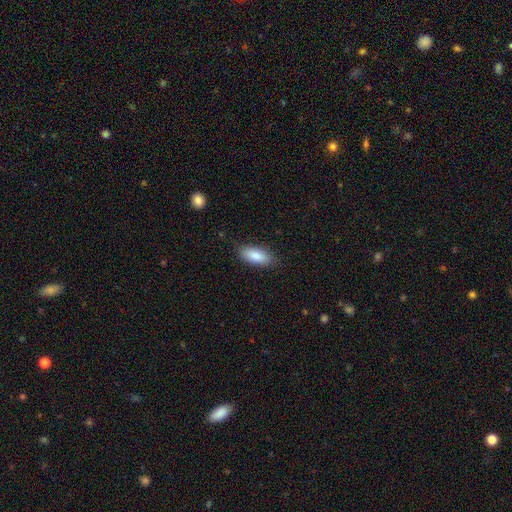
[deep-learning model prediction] A smooth galaxy with no disk features (85%) that is in between round and cigar-shaped (80%). Merging: none (84%).